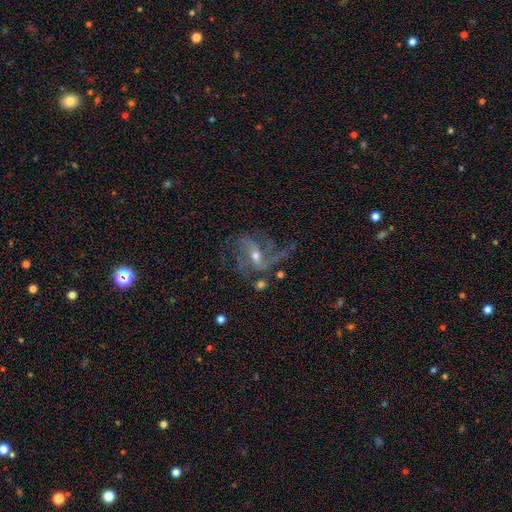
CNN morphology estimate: featured or disk 84%, star or artifact 10%, smooth 6%. Down the decision tree: edge-on disk — no (96%); bar — weak (44%); spiral arms — yes (94%); spiral arm count — 2 (37%); spiral winding — loose (50%); bulge size — small (48%); merging — none (56%).